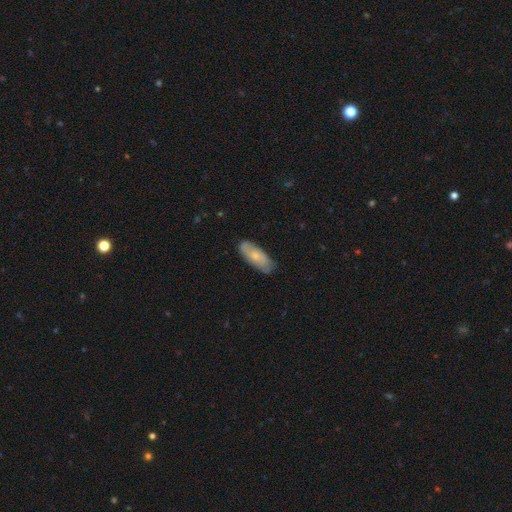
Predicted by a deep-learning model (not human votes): A smooth galaxy with no disk features (62%) that is in between round and cigar-shaped (74%).

Vote fractions:
- Smooth or featured? smooth: 62% / featured or disk: 32% / star or artifact: 6%
- How rounded? in between: 74% / cigar-shaped: 24% / round: 2%
- Merging? none: 79% / minor disturbance: 17% / major disturbance: 3% / merger: 1%